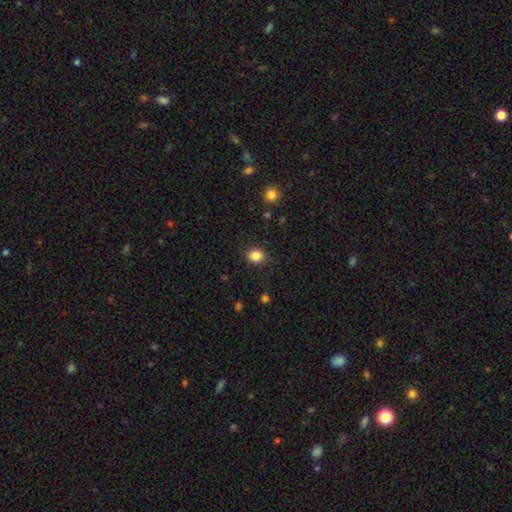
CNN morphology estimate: smooth_or_featured: smooth (p=0.86) [alt: star or artifact p=0.10]
how_rounded: round (p=0.66) [alt: in between p=0.33]
merging: none (p=0.88) [alt: minor disturbance p=0.08]